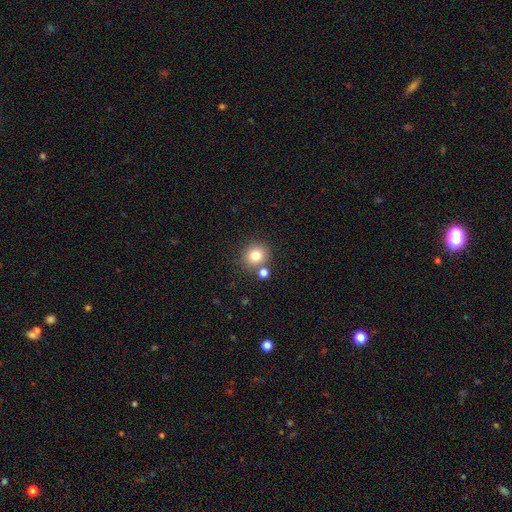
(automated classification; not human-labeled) Smooth or featured?
  - smooth: 79% *
  - star or artifact: 12%
  - featured or disk: 8%
How rounded?
  - round: 87% *
  - in between: 12%
  - cigar-shaped: 1%
Merging?
  - none: 75% *
  - merger: 14%
  - minor disturbance: 8%
  - major disturbance: 3%